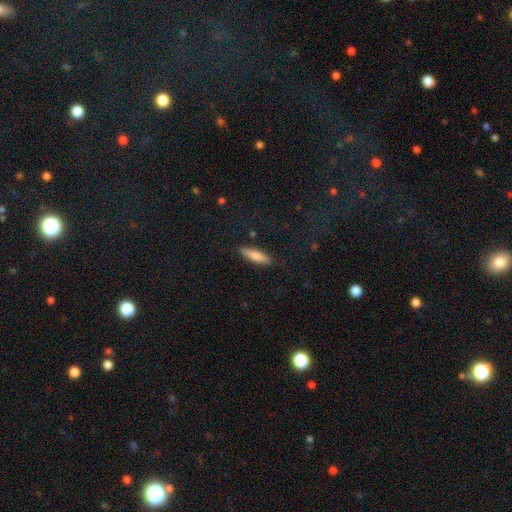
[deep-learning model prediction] Smooth or featured: smooth — 77% (featured or disk — 16%)
How rounded: cigar-shaped — 65% (in between — 33%)
Merging: none — 86% (minor disturbance — 10%)